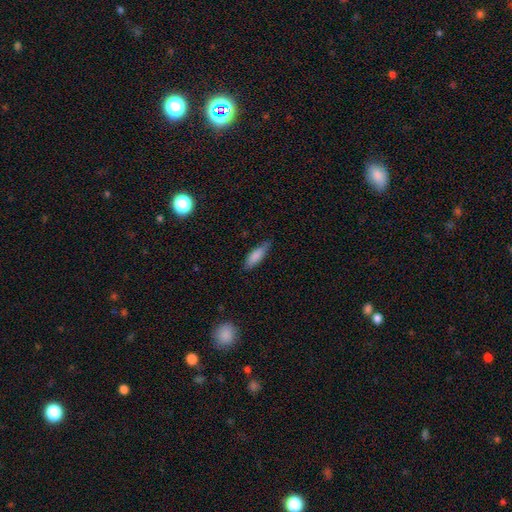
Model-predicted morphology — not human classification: type=smooth (82%); roundness=in between (56%); merging=none (69%).